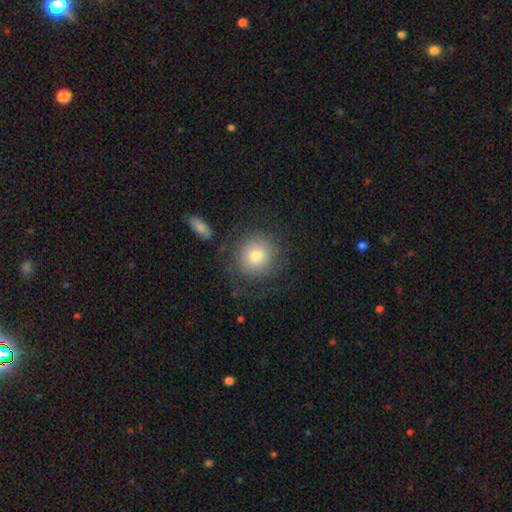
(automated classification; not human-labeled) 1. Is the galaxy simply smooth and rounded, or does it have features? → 72% smooth, 18% featured or disk, 10% star or artifact.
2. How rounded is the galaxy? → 91% round, 8% in between, 1% cigar-shaped.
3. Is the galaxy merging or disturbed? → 74% none, 13% minor disturbance, 11% major disturbance, 3% merger.